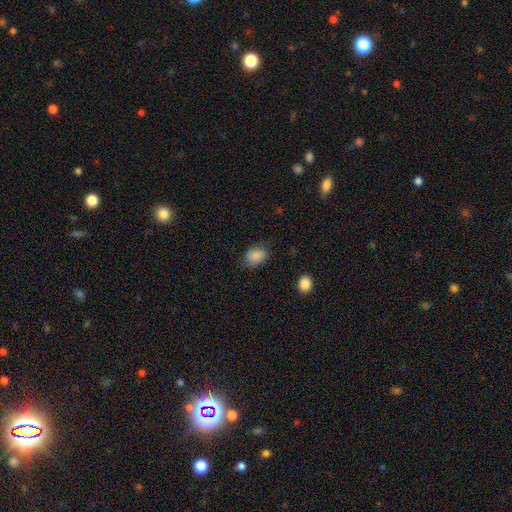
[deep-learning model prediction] Smooth or featured? Predicted: smooth (p=0.87). How rounded? Predicted: in between (p=0.73). Merging? Predicted: none (p=0.71).